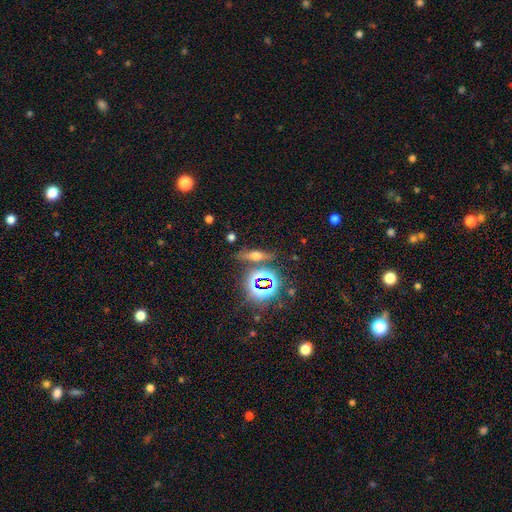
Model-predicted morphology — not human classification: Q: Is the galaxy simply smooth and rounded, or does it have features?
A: smooth — 37%.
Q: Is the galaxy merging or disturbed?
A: none — 79%.